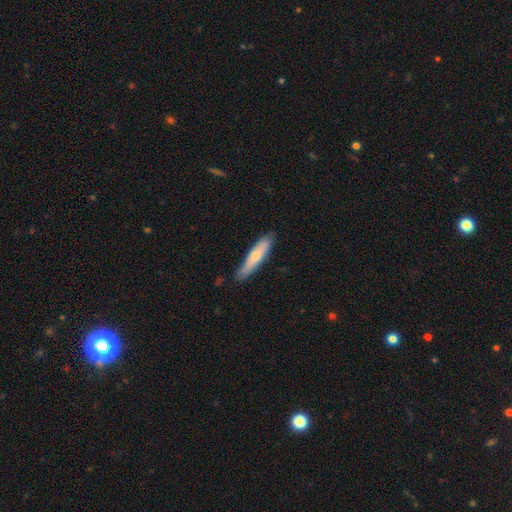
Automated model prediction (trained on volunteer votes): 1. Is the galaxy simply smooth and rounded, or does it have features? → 63% smooth, 32% featured or disk, 6% star or artifact.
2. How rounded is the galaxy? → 83% cigar-shaped, 15% in between, 1% round.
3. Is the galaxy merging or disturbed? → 78% none, 18% minor disturbance, 3% major disturbance, 2% merger.